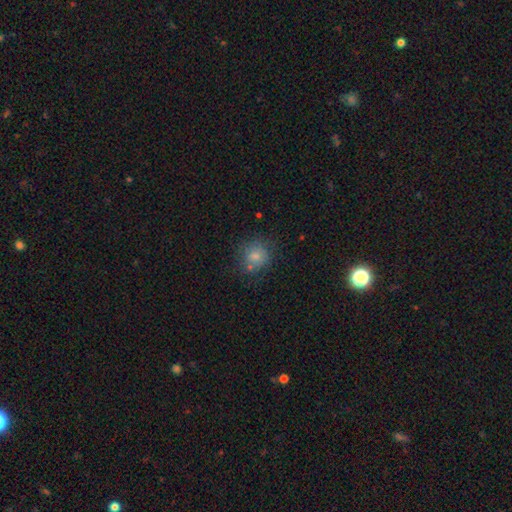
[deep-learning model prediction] smooth_or_featured: smooth (p=0.69) [alt: star or artifact p=0.18]
how_rounded: round (p=0.87) [alt: in between p=0.12]
merging: none (p=0.73) [alt: minor disturbance p=0.14]